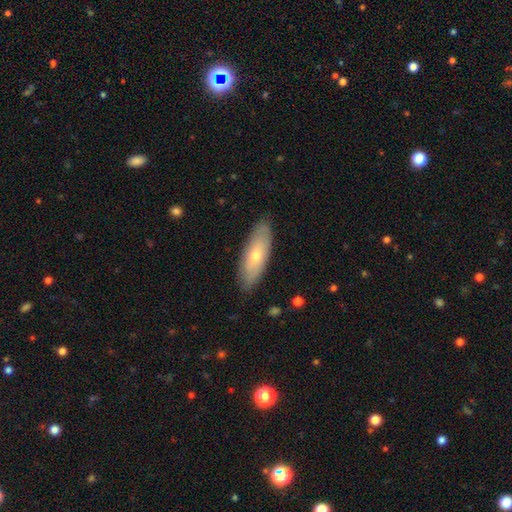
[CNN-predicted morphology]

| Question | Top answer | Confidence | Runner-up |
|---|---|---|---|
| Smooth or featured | smooth | 56% | featured or disk (38%) |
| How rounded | in between | 63% | cigar-shaped (35%) |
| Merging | none | 86% | minor disturbance (11%) |